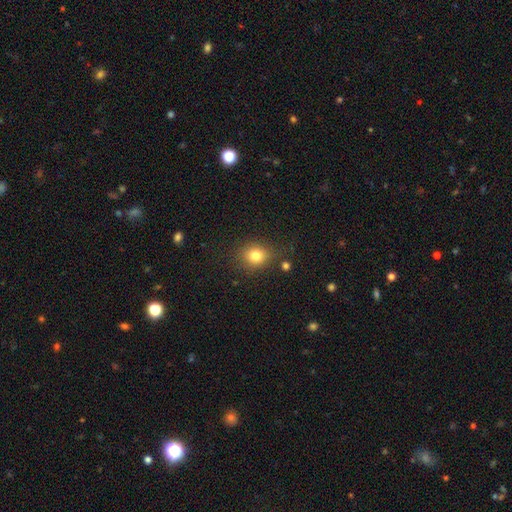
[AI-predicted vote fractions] Q: Smooth or featured?
A: smooth (80%); runner-up: star or artifact (12%)
Q: How rounded?
A: round (72%); runner-up: in between (27%)
Q: Merging?
A: none (79%); runner-up: minor disturbance (13%)